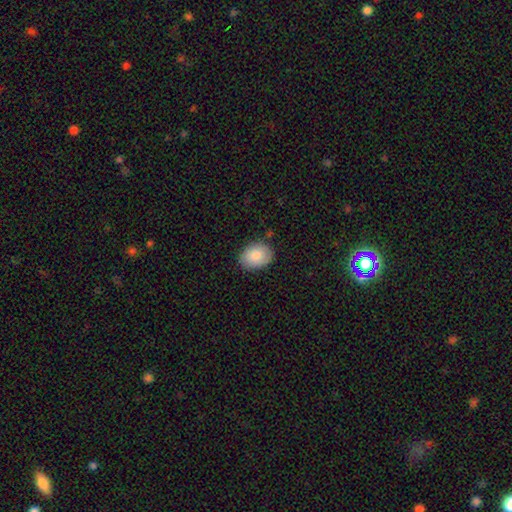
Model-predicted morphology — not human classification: Smooth or featured?
  - smooth: 83% *
  - featured or disk: 11%
  - star or artifact: 7%
How rounded?
  - in between: 71% *
  - round: 28%
  - cigar-shaped: 1%
Merging?
  - none: 80% *
  - minor disturbance: 15%
  - major disturbance: 3%
  - merger: 2%